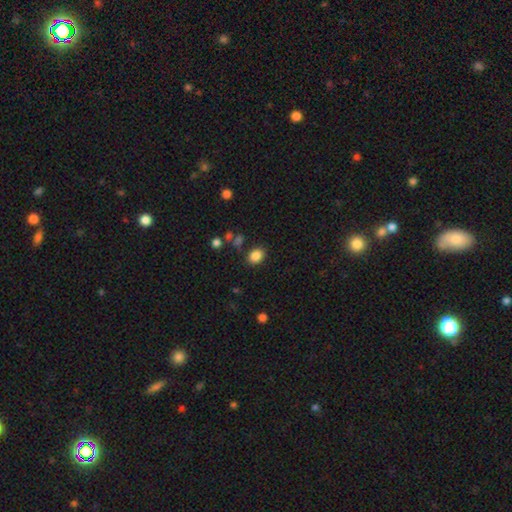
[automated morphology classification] Smooth or featured? smooth (85%)
How rounded? in between (61%)
Merging? none (82%)